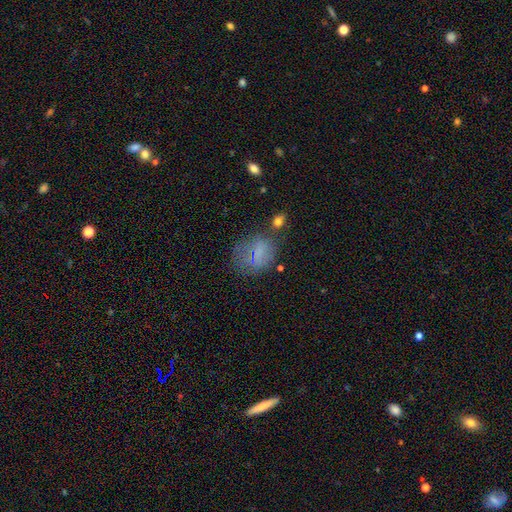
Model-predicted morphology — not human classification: This is possibly a smooth galaxy (56%). How rounded: possibly in between (54%). Merging: possibly none (54%).